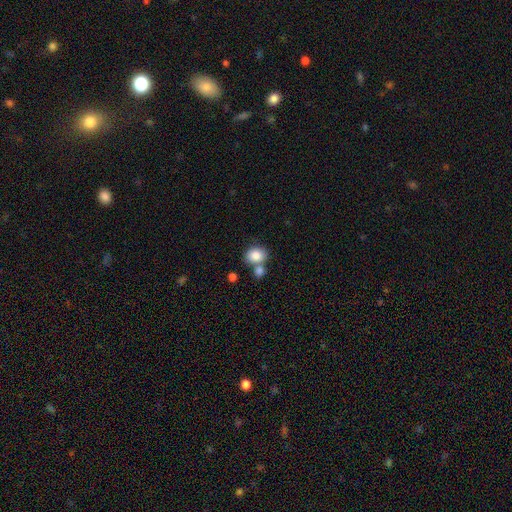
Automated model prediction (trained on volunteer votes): smooth 84%, star or artifact 8%, featured or disk 7%. Down the decision tree: how rounded — round (52%); merging — none (52%).